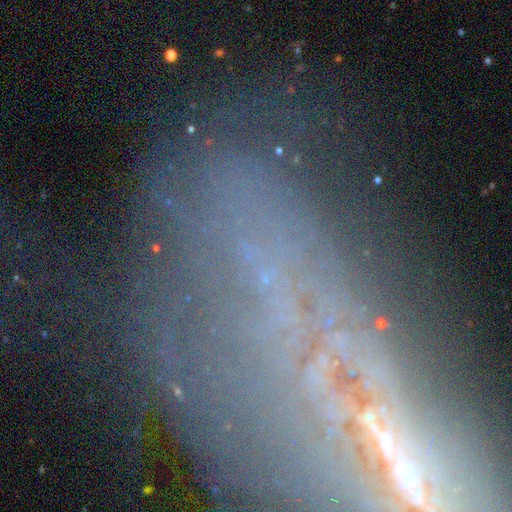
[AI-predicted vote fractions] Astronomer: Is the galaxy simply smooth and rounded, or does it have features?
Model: featured or disk — 43% (runner-up: star or artifact, 40%).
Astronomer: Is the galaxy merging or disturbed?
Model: none — 63%.